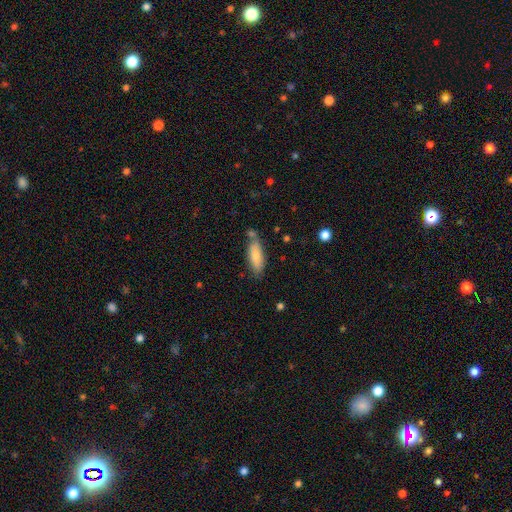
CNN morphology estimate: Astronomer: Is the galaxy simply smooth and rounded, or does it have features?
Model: smooth — 80%.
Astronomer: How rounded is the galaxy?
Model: in between — 60% (runner-up: cigar-shaped, 38%).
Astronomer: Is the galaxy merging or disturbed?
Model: none — 66%.